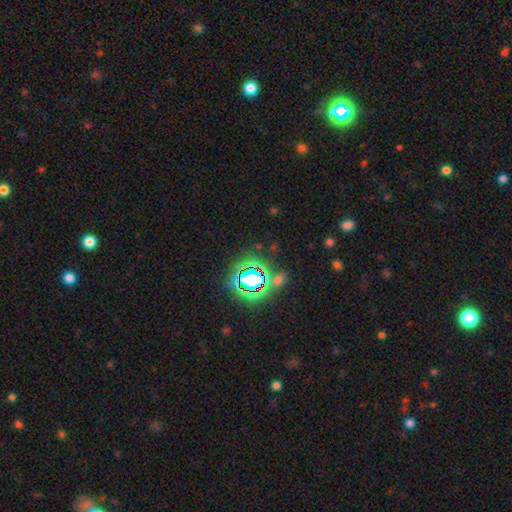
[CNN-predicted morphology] Overall: star or artifact (78%).